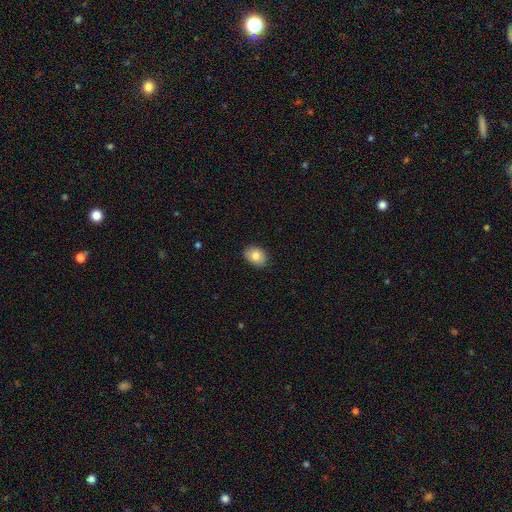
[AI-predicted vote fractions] A smooth galaxy with no disk features (80%) that is in between round and cigar-shaped (70%).

Vote fractions:
- Smooth or featured? smooth: 80% / featured or disk: 12% / star or artifact: 8%
- How rounded? in between: 70% / round: 29% / cigar-shaped: 1%
- Merging? none: 86% / minor disturbance: 11% / major disturbance: 2% / merger: 1%